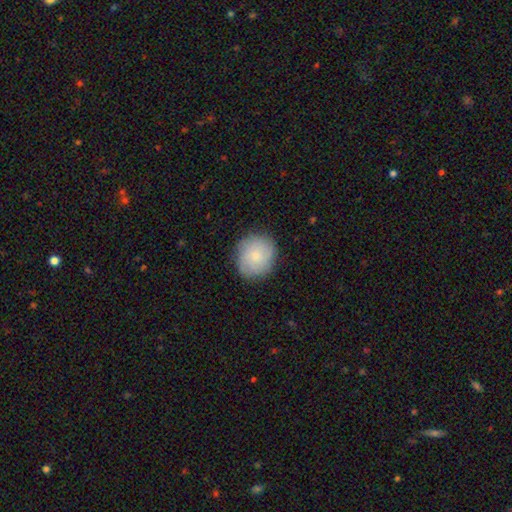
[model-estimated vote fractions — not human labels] This is likely a smooth galaxy (75%). How rounded: clearly round (82%). Merging: clearly none (83%).